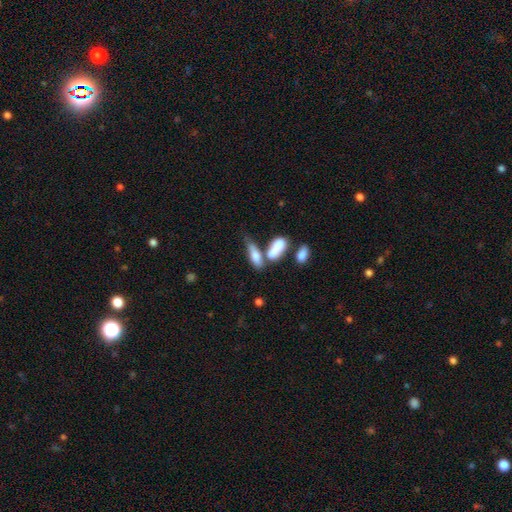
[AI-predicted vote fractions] Smooth or featured: smooth — 71% (featured or disk — 21%)
How rounded: in between — 70% (cigar-shaped — 26%)
Merging: merger — 51% (none — 26%)